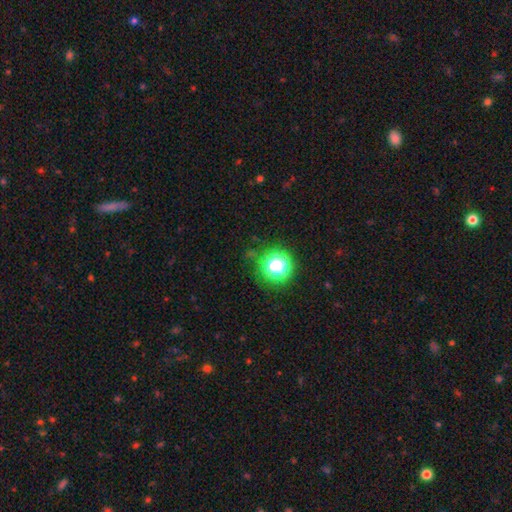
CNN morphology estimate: Smooth or featured? star or artifact (67%)